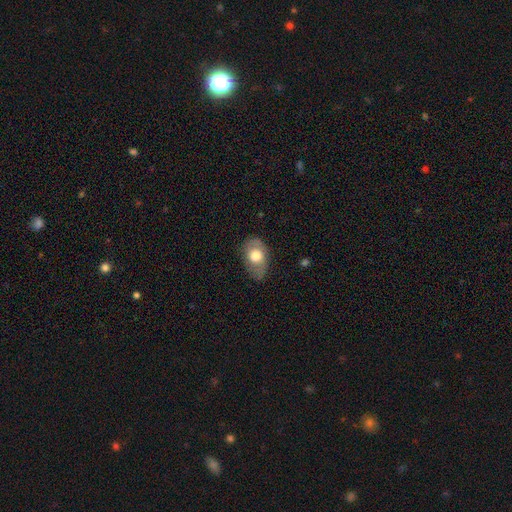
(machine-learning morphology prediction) Overall: smooth (65%; featured or disk 29%). How rounded: in between (85%). Merging: none (63%; minor disturbance 27%).